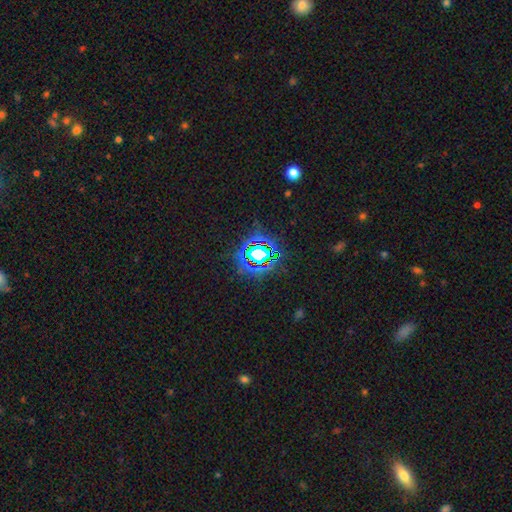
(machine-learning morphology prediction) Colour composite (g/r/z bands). It shows a star or artifact, not a galaxy (74%).